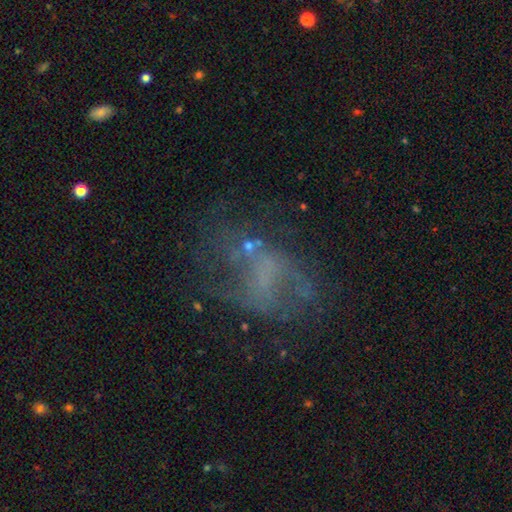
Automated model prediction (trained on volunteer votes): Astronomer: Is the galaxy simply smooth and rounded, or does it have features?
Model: featured or disk — 53%.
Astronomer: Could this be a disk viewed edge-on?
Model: no — 97%.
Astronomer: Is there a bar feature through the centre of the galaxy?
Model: no — 77%.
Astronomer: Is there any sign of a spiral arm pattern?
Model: no — 71%.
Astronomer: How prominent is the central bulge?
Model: none — 71%.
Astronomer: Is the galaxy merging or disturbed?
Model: none — 45% (runner-up: major disturbance, 31%).